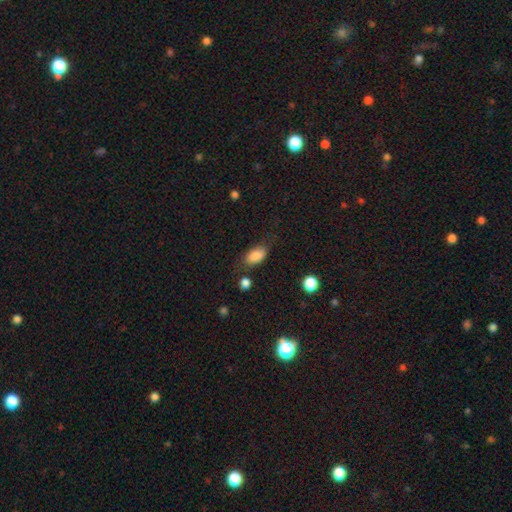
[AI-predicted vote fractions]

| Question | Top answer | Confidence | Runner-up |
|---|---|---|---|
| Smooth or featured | smooth | 85% | star or artifact (8%) |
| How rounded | in between | 90% | round (6%) |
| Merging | none | 66% | minor disturbance (21%) |